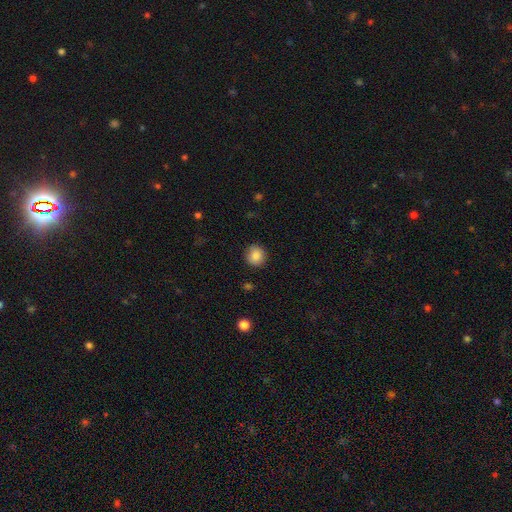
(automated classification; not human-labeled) A smooth galaxy with no disk features (87%) that is round (88%).

Vote fractions:
- Smooth or featured? smooth: 87% / star or artifact: 9% / featured or disk: 4%
- How rounded? round: 88% / in between: 11% / cigar-shaped: 1%
- Merging? none: 90% / minor disturbance: 7% / major disturbance: 2% / merger: 1%